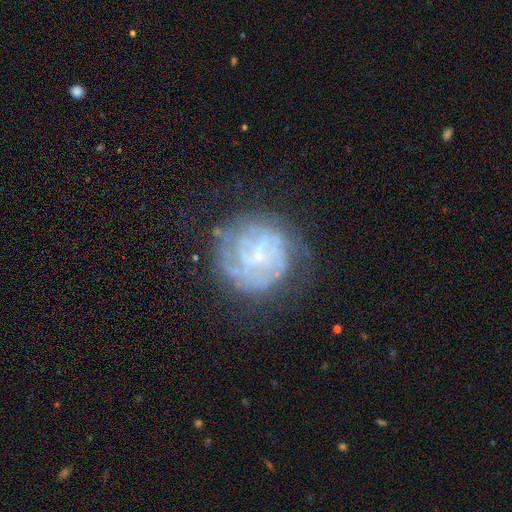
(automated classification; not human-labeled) A featured or disk galaxy (72%) with no bar (46%), tight (68%) spiral arms (81%) and a small central bulge (56%).

Vote fractions:
- Smooth or featured? featured or disk: 72% / smooth: 18% / star or artifact: 10%
- Edge-on disk? no: 98% / yes: 2%
- Bar? no: 46% / weak: 42% / strong: 12%
- Spiral arms? yes: 81% / no: 19%
- Spiral winding? tight: 68% / medium: 24% / loose: 8%
- Spiral arm count? can't tell: 50% / 2: 15% / 3: 13% / 4: 10% / more than 4: 6% / 1: 6%
- Bulge size? small: 56% / none: 30% / moderate: 12% / large: 2% / dominant: 1%
- Merging? none: 70% / minor disturbance: 17% / major disturbance: 11% / merger: 2%